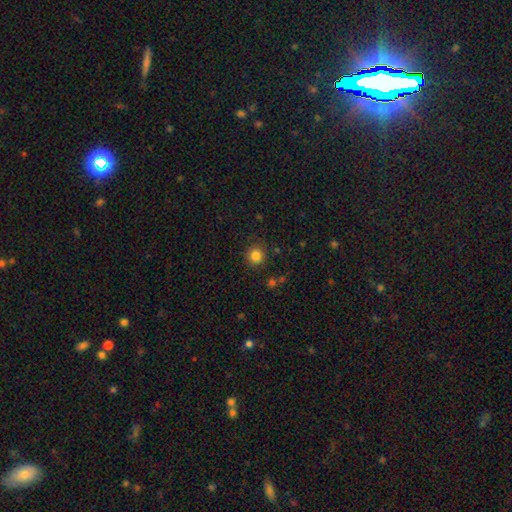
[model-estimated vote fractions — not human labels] Smooth or featured? smooth (83%)
How rounded? round (93%)
Merging? none (89%)